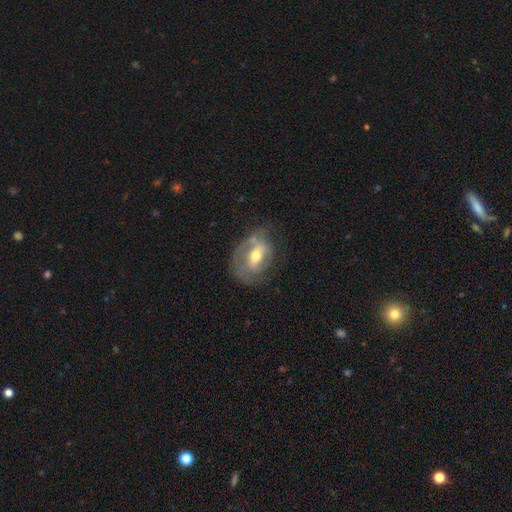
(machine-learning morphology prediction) This appears to be a featured or disk galaxy (72%) with a weak bar (40%), spiral arms (66%) and a moderate central bulge (69%). Merging: none (56%).